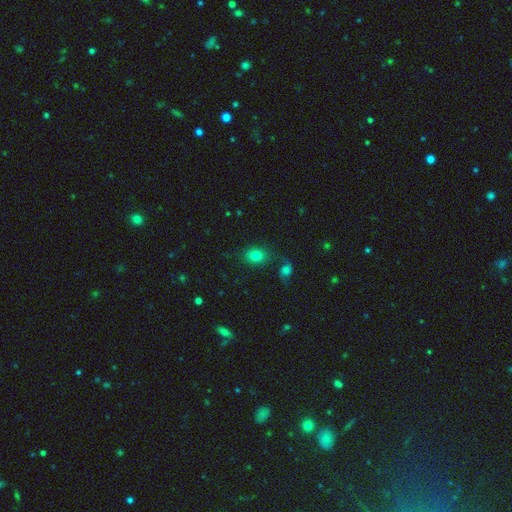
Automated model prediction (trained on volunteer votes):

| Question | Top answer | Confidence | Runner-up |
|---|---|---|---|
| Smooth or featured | smooth | 78% | star or artifact (12%) |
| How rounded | in between | 52% | round (46%) |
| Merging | none | 67% | merger (15%) |